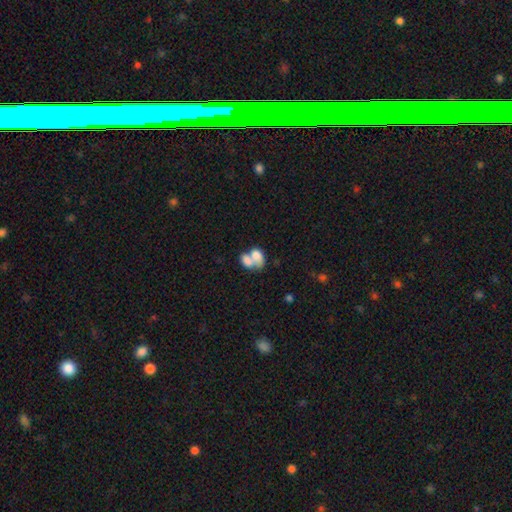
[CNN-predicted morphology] smooth_or_featured: smooth (p=0.68) [alt: featured or disk p=0.25]
how_rounded: in between (p=0.77) [alt: round p=0.22]
merging: merger (p=0.76) [alt: none p=0.12]